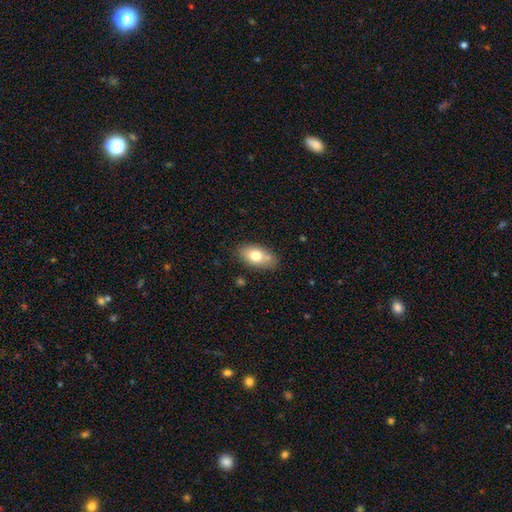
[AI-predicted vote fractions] smooth_or_featured: smooth (p=0.74) [alt: featured or disk p=0.18]
how_rounded: in between (p=0.90) [alt: round p=0.07]
merging: none (p=0.72) [alt: minor disturbance p=0.16]